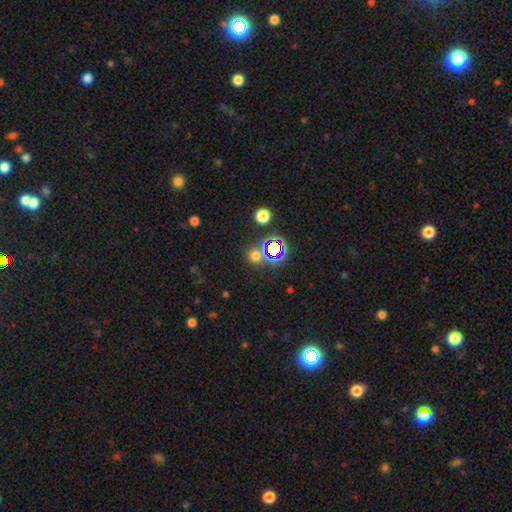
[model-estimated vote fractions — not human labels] Smooth or featured? Predicted: smooth (p=0.53). How rounded? Predicted: round (p=0.87). Merging? Predicted: none (p=0.75).